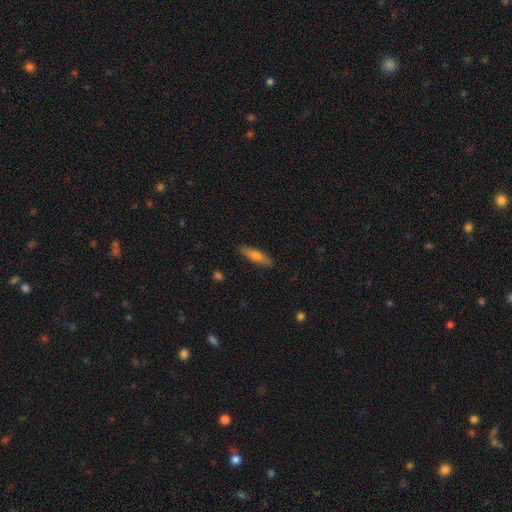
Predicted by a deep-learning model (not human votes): This appears to be a smooth galaxy with no disk features (63%) that is cigar-shaped (75%). Merging: none (87%).